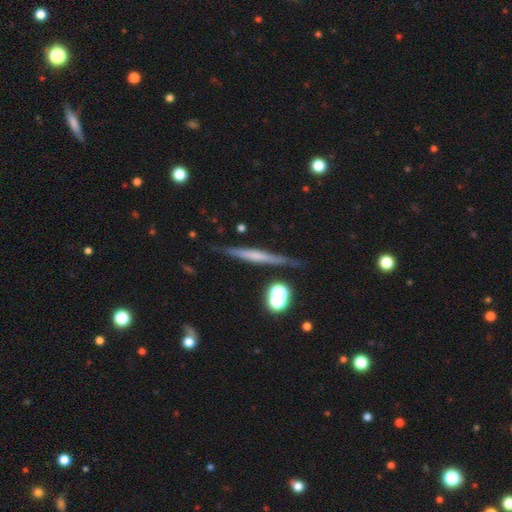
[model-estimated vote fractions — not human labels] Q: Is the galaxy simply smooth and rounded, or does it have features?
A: featured or disk — 59%.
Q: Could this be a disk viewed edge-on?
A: yes — 95%.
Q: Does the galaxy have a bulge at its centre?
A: none — 53%.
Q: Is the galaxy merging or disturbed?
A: none — 81%.